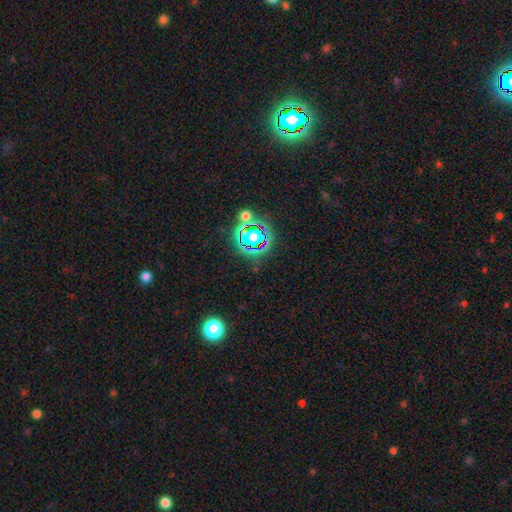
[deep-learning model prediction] A star or artifact, not a galaxy (78%).